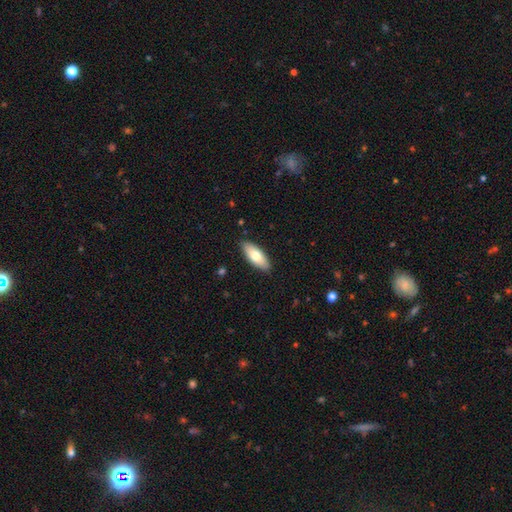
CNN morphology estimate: The model was most divided on "smooth or featured": smooth: 74%, featured or disk: 20%, star or artifact: 6%. More confident: merging — none (88%); how rounded — in between (79%).